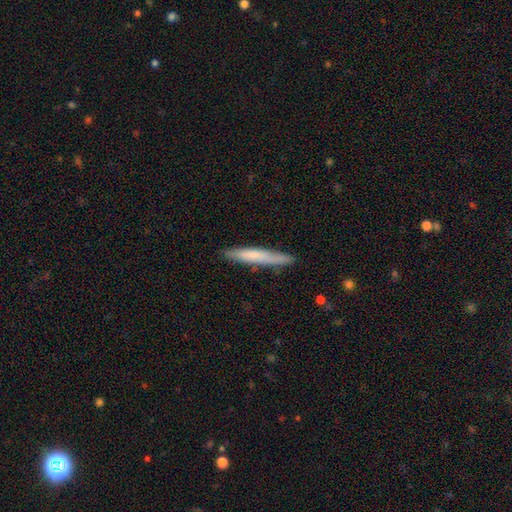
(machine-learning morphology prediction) smooth 66%, featured or disk 28%, star or artifact 6%. Down the decision tree: how rounded — cigar-shaped (95%); merging — none (86%).